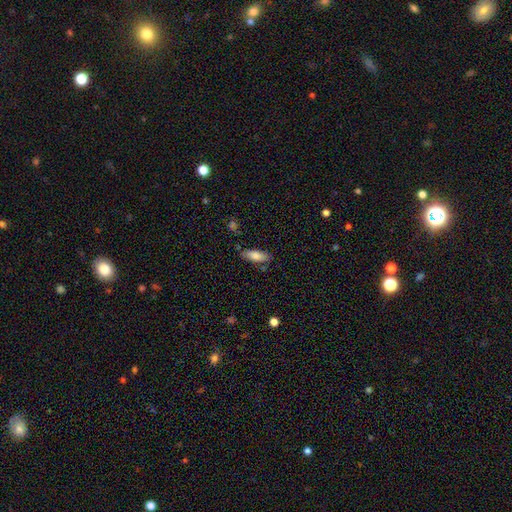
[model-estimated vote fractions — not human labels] Q: Smooth or featured?
A: smooth (79%); runner-up: featured or disk (14%)
Q: How rounded?
A: in between (71%); runner-up: cigar-shaped (27%)
Q: Merging?
A: none (77%); runner-up: minor disturbance (16%)